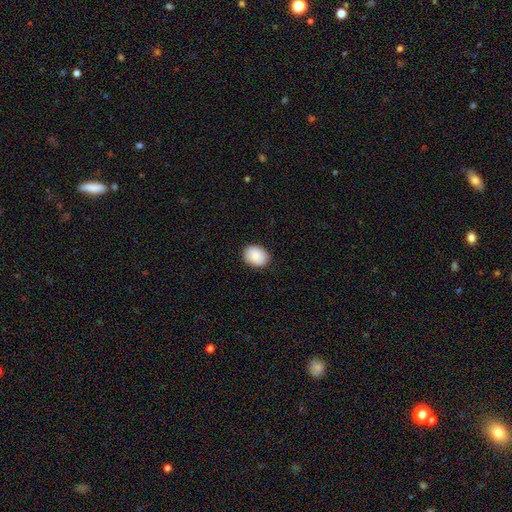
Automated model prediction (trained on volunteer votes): A smooth galaxy with no disk features (89%) that is in between round and cigar-shaped (66%).

Vote fractions:
- Smooth or featured? smooth: 89% / star or artifact: 7% / featured or disk: 4%
- How rounded? in between: 66% / round: 33% / cigar-shaped: 1%
- Merging? none: 86% / minor disturbance: 11% / major disturbance: 2% / merger: 1%